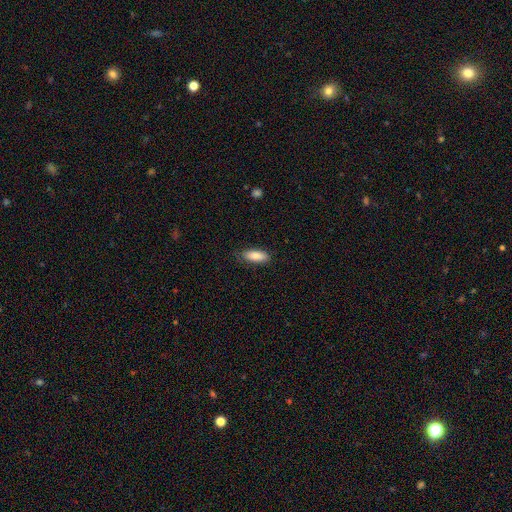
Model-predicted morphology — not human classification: smooth-or-featured: smooth: 83% | featured or disk: 11% | star or artifact: 6%
  how-rounded: in between: 77% | cigar-shaped: 21% | round: 2%
  merging: none: 78% | minor disturbance: 18% | major disturbance: 3% | merger: 1%